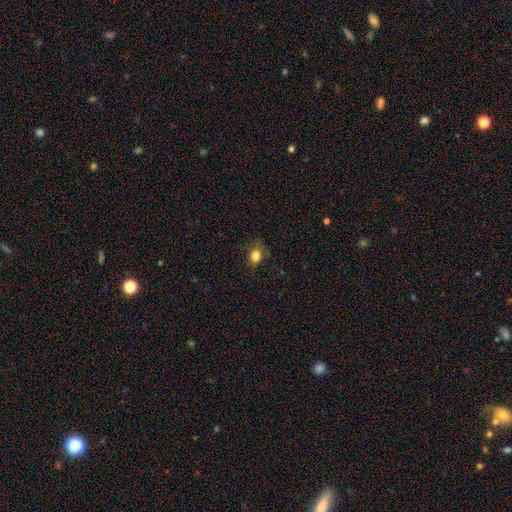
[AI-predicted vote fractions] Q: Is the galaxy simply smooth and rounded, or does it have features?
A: smooth — 82%.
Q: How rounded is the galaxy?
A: in between — 53%.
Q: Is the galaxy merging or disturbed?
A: none — 74%.